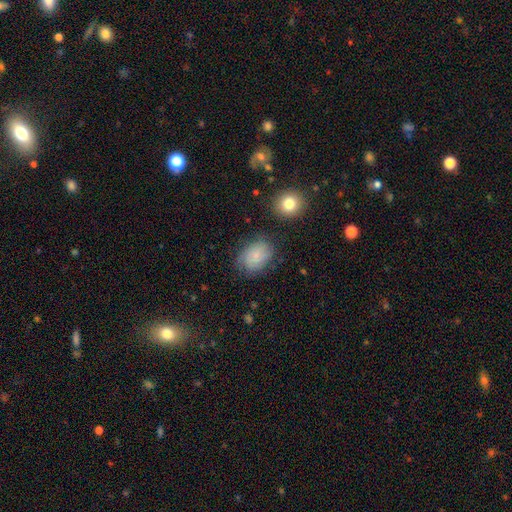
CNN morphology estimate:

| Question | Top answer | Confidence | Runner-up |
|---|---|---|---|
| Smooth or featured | smooth | 66% | featured or disk (25%) |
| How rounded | in between | 73% | round (26%) |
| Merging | none | 69% | minor disturbance (21%) |